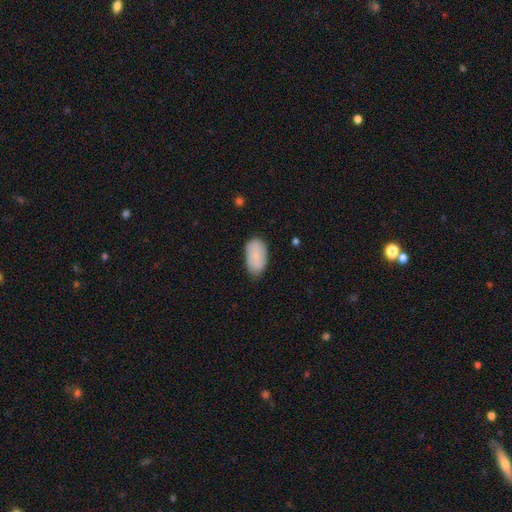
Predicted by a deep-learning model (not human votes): smooth-or-featured: smooth: 72% | featured or disk: 22% | star or artifact: 7%
  how-rounded: in between: 94% | round: 4% | cigar-shaped: 2%
  merging: none: 74% | minor disturbance: 21% | major disturbance: 3% | merger: 1%